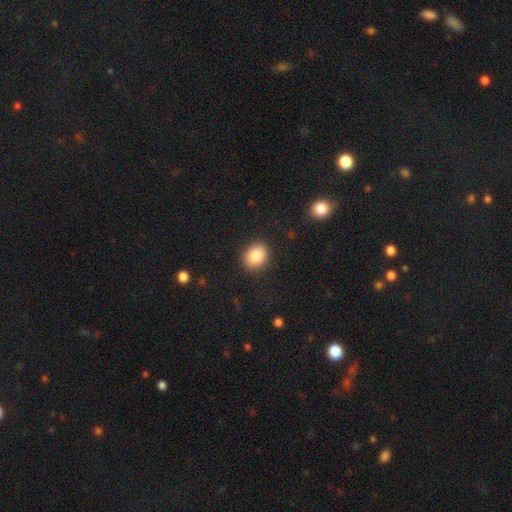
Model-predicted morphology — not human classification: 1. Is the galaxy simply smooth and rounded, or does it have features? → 86% smooth, 9% star or artifact, 5% featured or disk.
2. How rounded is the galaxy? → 61% round, 38% in between, 1% cigar-shaped.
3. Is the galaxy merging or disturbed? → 88% none, 8% minor disturbance, 3% major disturbance, 1% merger.